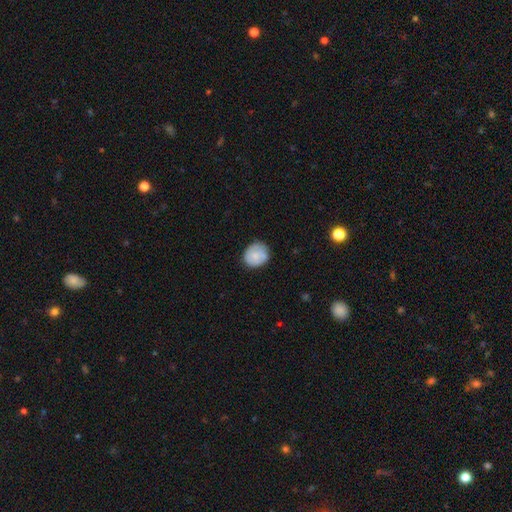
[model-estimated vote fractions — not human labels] A smooth galaxy with no disk features (71%) that is round (78%). Merging: none (73%).